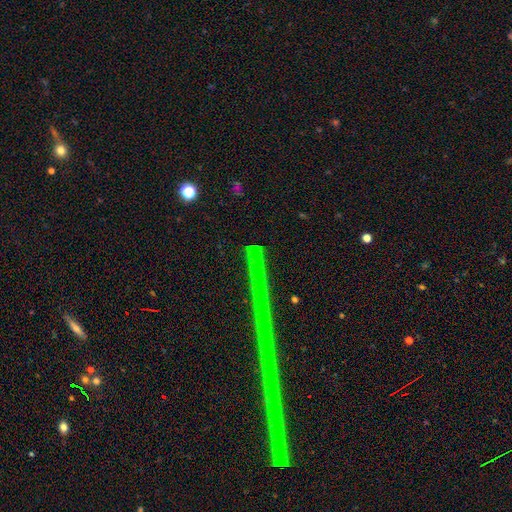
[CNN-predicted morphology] This is likely a star or artifact rather than a galaxy (65%).